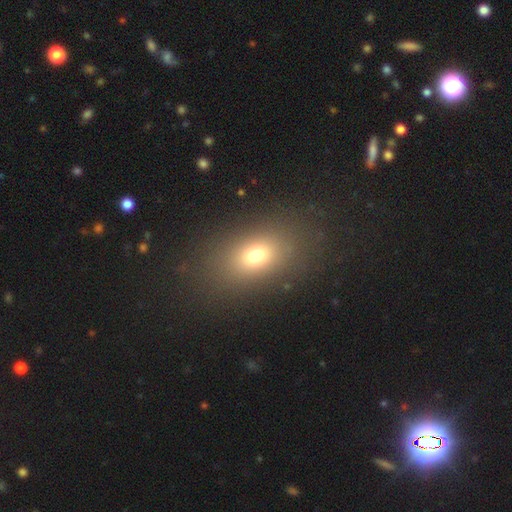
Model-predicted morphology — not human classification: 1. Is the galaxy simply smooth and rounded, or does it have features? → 71% smooth, 15% star or artifact, 13% featured or disk.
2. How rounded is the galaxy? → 77% in between, 20% round, 3% cigar-shaped.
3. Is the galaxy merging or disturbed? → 83% none, 9% minor disturbance, 6% major disturbance, 1% merger.